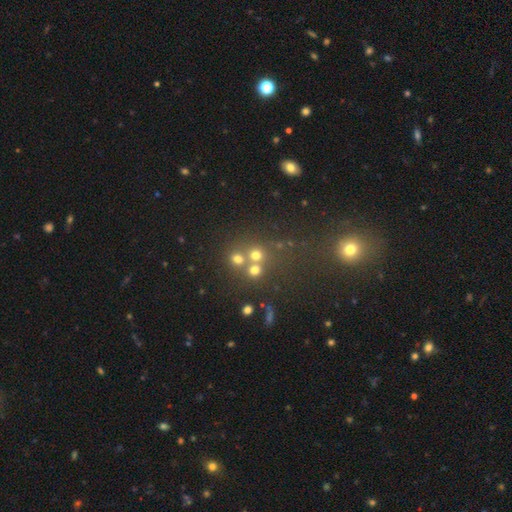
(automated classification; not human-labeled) smooth-or-featured: smooth: 60% | star or artifact: 26% | featured or disk: 14%
  how-rounded: round: 86% | in between: 12% | cigar-shaped: 1%
  merging: none: 51% | merger: 38% | minor disturbance: 7% | major disturbance: 4%